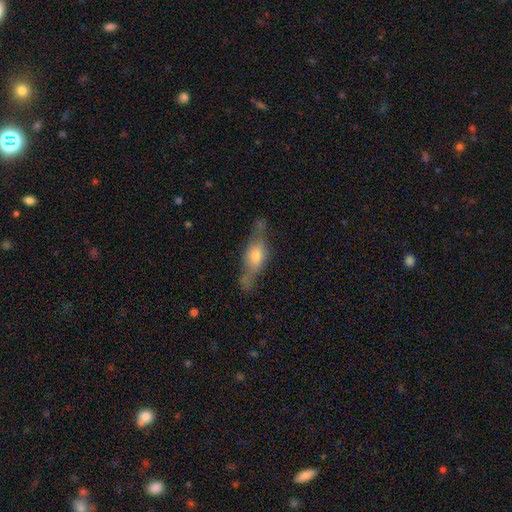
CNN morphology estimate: featured or disk 52%, smooth 40%, star or artifact 8%. Down the decision tree: edge-on disk — yes (75%); merging — none (61%).